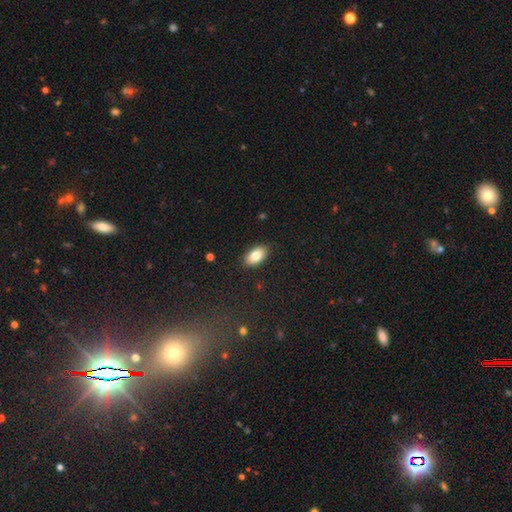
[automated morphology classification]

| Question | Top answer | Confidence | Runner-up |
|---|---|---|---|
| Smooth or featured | smooth | 82% | featured or disk (11%) |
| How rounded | in between | 93% | round (4%) |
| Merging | none | 89% | minor disturbance (8%) |